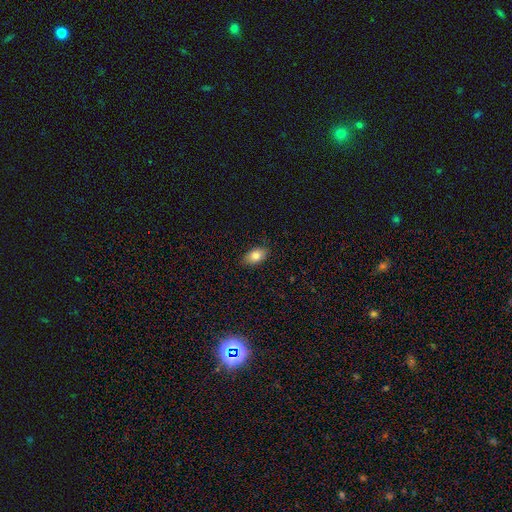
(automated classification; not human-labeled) Morphology: type=smooth (82%); roundness=in between (90%); merging=none (87%).